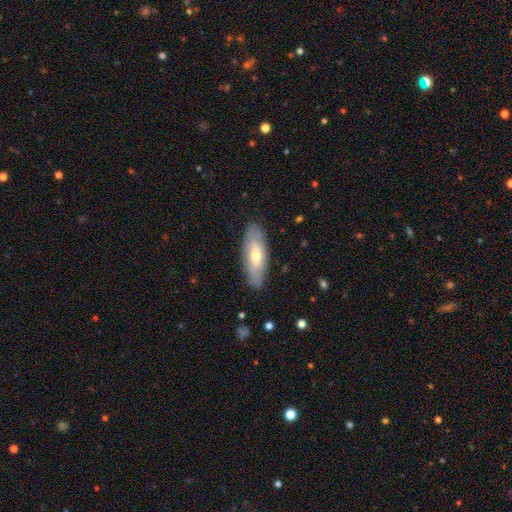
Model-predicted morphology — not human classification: A smooth galaxy with no disk features (49%). Merging: none (83%).